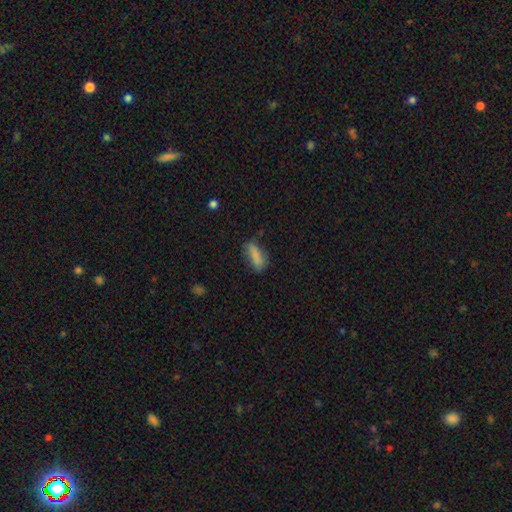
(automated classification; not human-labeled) Overall: smooth (79%). How rounded: in between (67%; cigar-shaped 30%). Merging: none (62%; minor disturbance 25%).